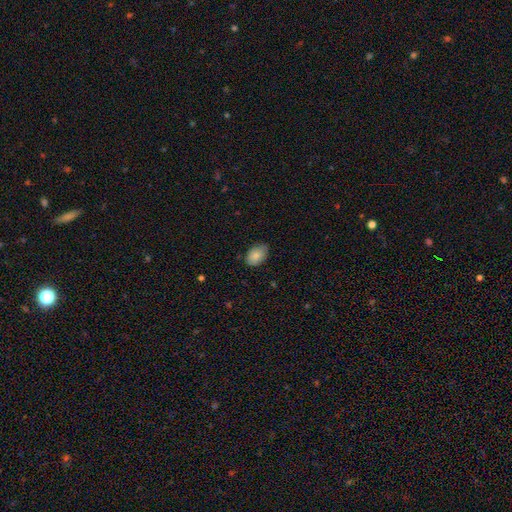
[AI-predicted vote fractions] Smooth or featured?
  - smooth: 84% *
  - featured or disk: 9%
  - star or artifact: 7%
How rounded?
  - in between: 88% *
  - round: 11%
  - cigar-shaped: 1%
Merging?
  - none: 74% *
  - minor disturbance: 22%
  - major disturbance: 3%
  - merger: 1%